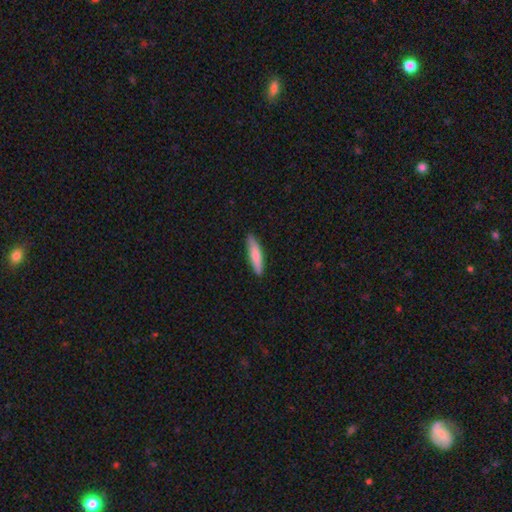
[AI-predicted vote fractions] Q: Smooth or featured?
A: smooth (76%); runner-up: featured or disk (19%)
Q: How rounded?
A: cigar-shaped (80%); runner-up: in between (18%)
Q: Merging?
A: none (89%); runner-up: minor disturbance (9%)